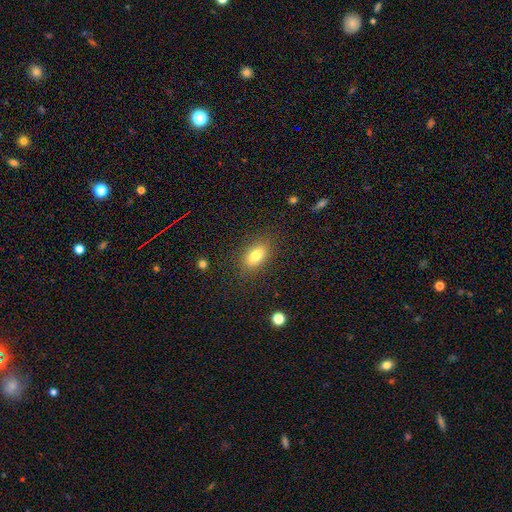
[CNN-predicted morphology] smooth-or-featured: smooth: 80% | featured or disk: 11% | star or artifact: 9%
  how-rounded: in between: 86% | cigar-shaped: 8% | round: 6%
  merging: none: 85% | minor disturbance: 10% | major disturbance: 4% | merger: 1%